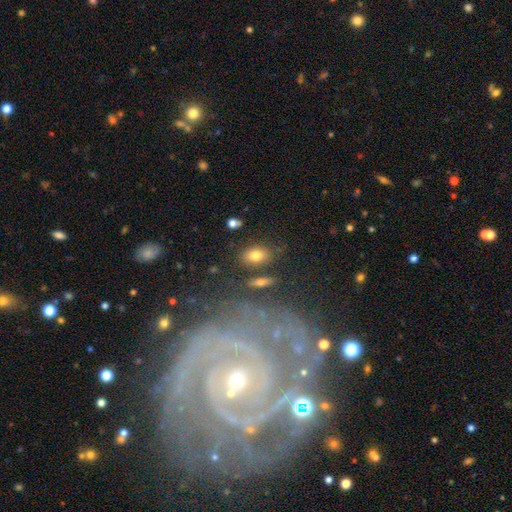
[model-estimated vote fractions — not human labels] A smooth galaxy with no disk features (78%) that is in between round and cigar-shaped (83%).

Vote fractions:
- Smooth or featured? smooth: 78% / featured or disk: 13% / star or artifact: 9%
- How rounded? in between: 83% / round: 13% / cigar-shaped: 3%
- Merging? none: 76% / minor disturbance: 13% / merger: 7% / major disturbance: 4%